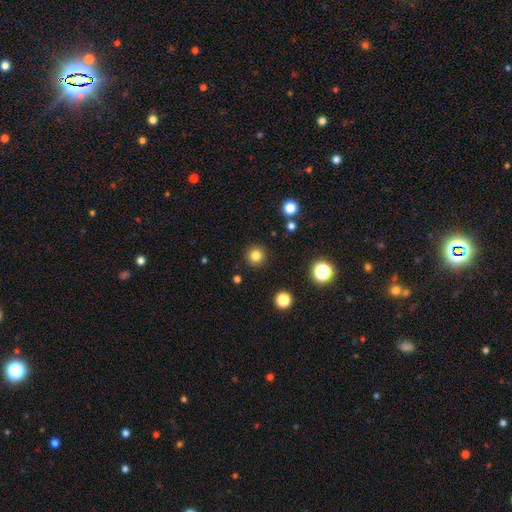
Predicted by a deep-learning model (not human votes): This is clearly a smooth galaxy (81%). How rounded: clearly round (95%). Merging: clearly none (91%).